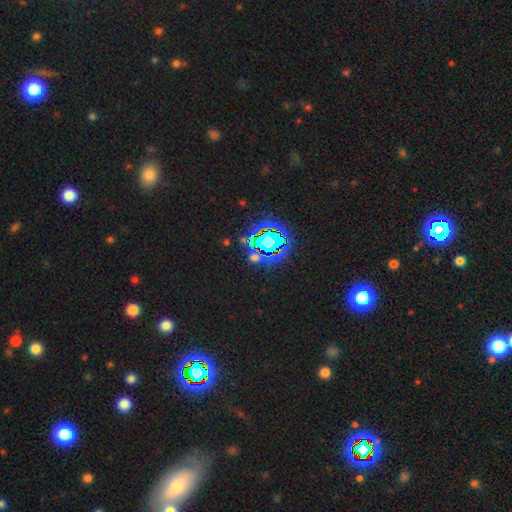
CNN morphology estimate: Overall: star or artifact (76%).